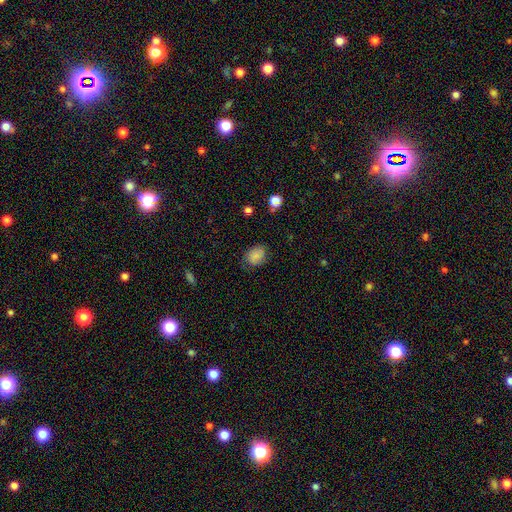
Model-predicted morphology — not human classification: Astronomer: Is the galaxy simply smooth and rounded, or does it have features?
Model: smooth — 79%.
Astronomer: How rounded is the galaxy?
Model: in between — 59% (runner-up: round, 40%).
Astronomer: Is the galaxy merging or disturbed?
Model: none — 71%.